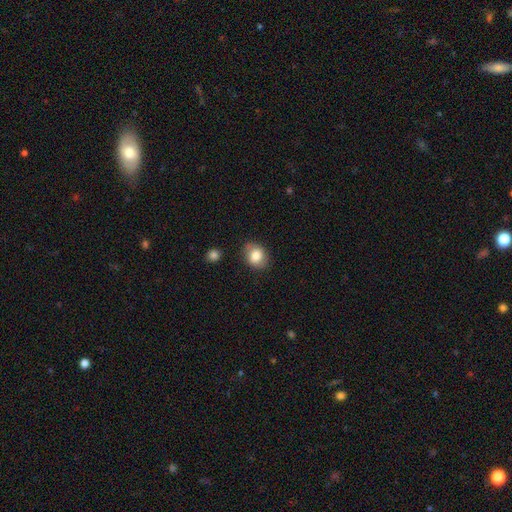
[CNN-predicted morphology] Overall: smooth (82%). How rounded: in between (51%; round 48%). Merging: none (79%).